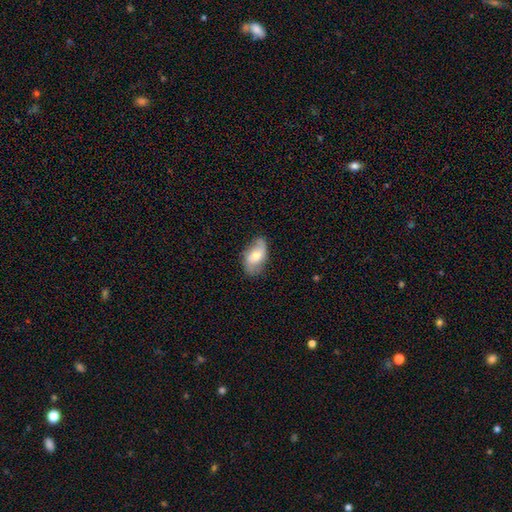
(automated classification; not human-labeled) Morphology: type=smooth (48%); merging=none (68%).